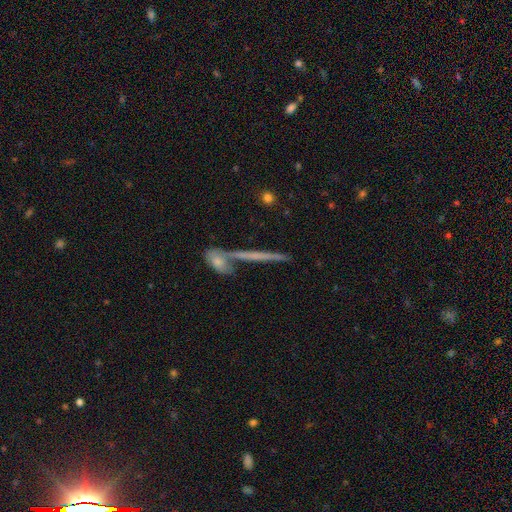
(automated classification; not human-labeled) This is possibly a featured or disk galaxy (55%). It is clearly viewed edge-on (88%). Merging: likely none (62%).